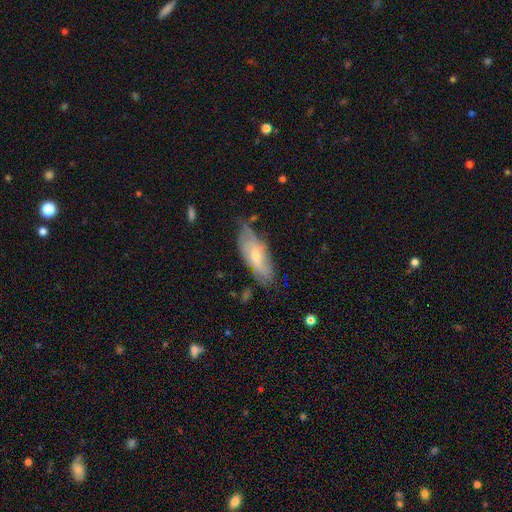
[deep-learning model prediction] Overall: smooth (50%; featured or disk 44%). Merging: none (59%; minor disturbance 30%).